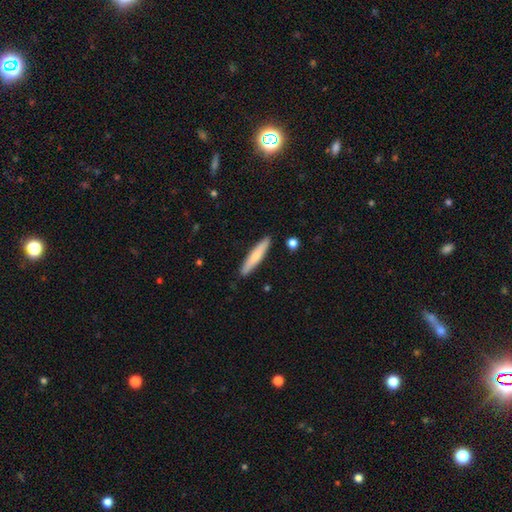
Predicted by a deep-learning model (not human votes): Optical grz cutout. It shows a smooth galaxy with no disk features (70%) that is cigar-shaped (91%). Merging: none (90%).